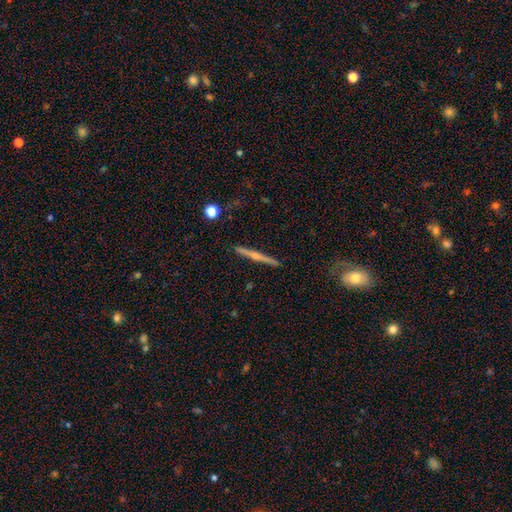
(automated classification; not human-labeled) featured or disk 71%, smooth 24%, star or artifact 6%. Down the decision tree: edge-on disk — yes (98%); edge-on bulge — rounded (77%); merging — none (91%).